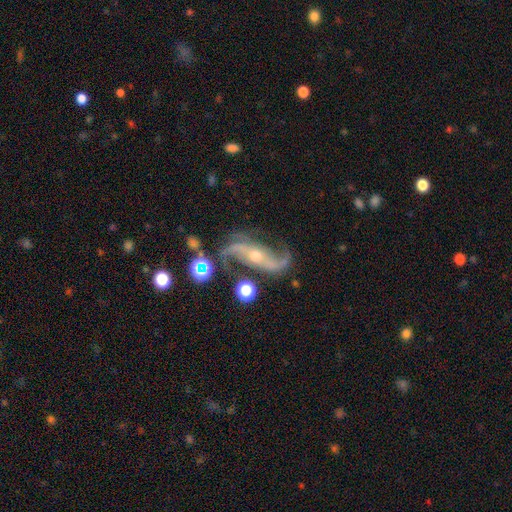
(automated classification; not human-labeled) Smooth or featured: featured or disk — 89% (star or artifact — 7%)
Edge-on disk: no — 94% (yes — 6%)
Bar: no — 46% (weak — 27%)
Spiral arms: yes — 97% (no — 3%)
Spiral winding: loose — 73% (medium — 21%)
Spiral arm count: 2 — 93% (can't tell — 2%)
Bulge size: moderate — 50% (small — 46%)
Merging: none — 68% (minor disturbance — 17%)